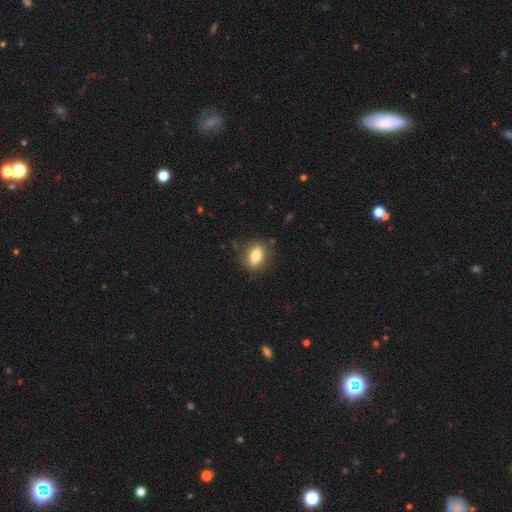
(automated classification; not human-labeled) This appears to be a smooth galaxy with no disk features (74%) that is in between round and cigar-shaped (73%). Merging: none (84%).